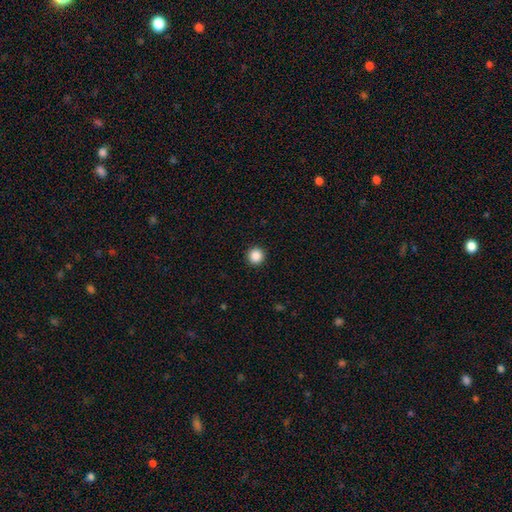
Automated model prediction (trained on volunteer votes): Smooth or featured: smooth — 88% (star or artifact — 10%)
How rounded: round — 96% (in between — 3%)
Merging: none — 93% (minor disturbance — 4%)